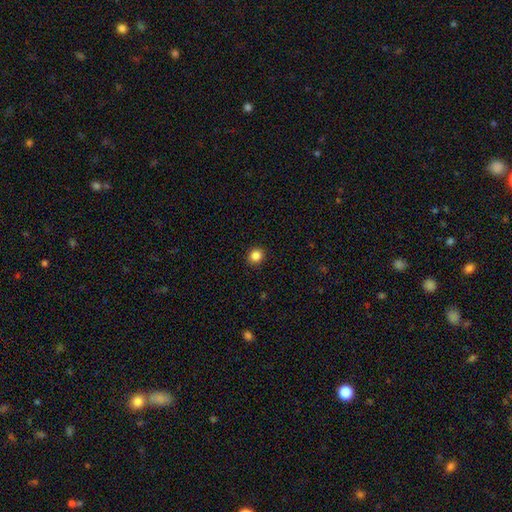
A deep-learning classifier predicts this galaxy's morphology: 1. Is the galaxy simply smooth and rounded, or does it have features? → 85% smooth, 11% star or artifact, 4% featured or disk.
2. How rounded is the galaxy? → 87% round, 12% in between, 1% cigar-shaped.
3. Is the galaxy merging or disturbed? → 90% none, 7% minor disturbance, 2% major disturbance, 1% merger.